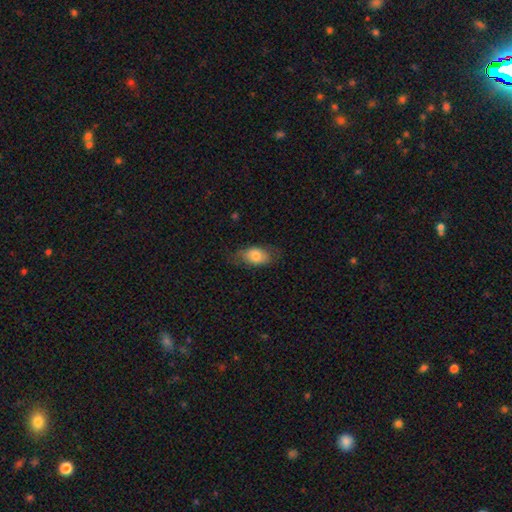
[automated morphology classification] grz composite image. It shows a smooth galaxy with no disk features (75%) that is in between round and cigar-shaped (86%). Merging: none (68%).